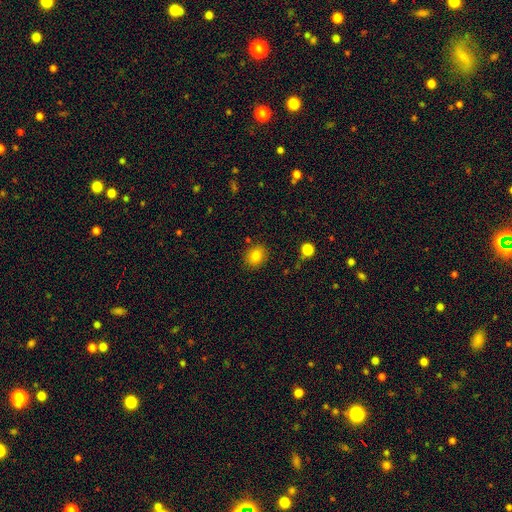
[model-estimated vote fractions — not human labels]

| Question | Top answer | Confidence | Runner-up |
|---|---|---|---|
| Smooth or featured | smooth | 83% | star or artifact (10%) |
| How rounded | round | 56% | in between (43%) |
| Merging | none | 84% | minor disturbance (10%) |